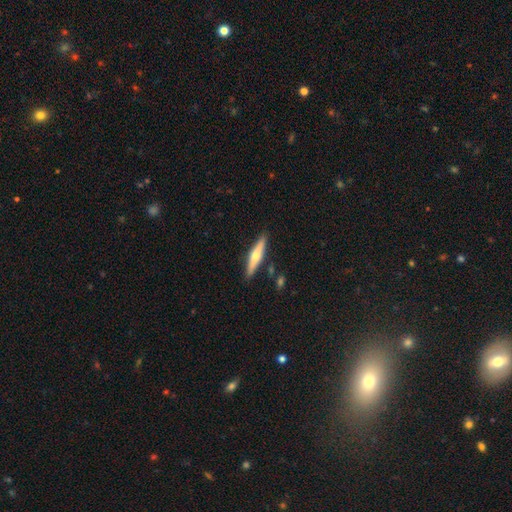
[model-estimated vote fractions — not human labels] The model was most divided on "smooth or featured": featured or disk: 48%, smooth: 46%, star or artifact: 5%. More confident: merging — none (86%).